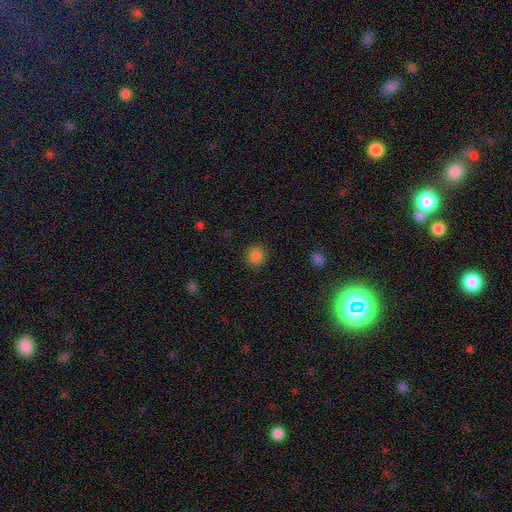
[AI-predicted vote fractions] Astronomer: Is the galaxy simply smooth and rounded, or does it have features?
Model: smooth — 85%.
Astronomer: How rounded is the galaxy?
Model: round — 90%.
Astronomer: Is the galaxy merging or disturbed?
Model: none — 89%.